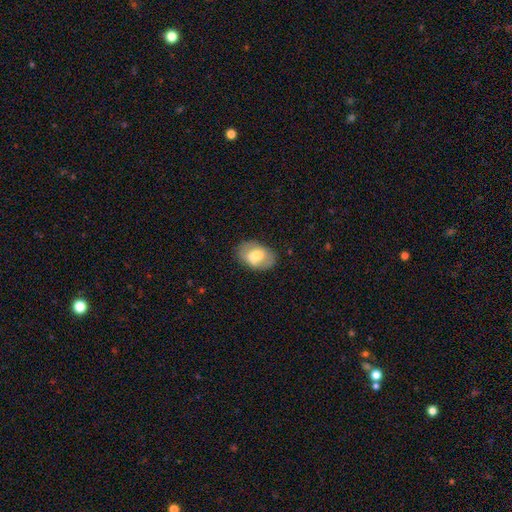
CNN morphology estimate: Smooth or featured? smooth (59%)
How rounded? in between (86%)
Merging? none (79%)